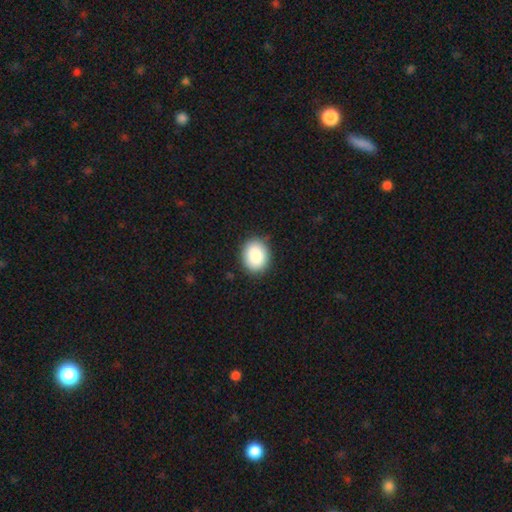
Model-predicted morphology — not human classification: Smooth or featured?
  - smooth: 88% *
  - star or artifact: 7%
  - featured or disk: 5%
How rounded?
  - round: 52% *
  - in between: 48%
  - cigar-shaped: 1%
Merging?
  - none: 86% *
  - minor disturbance: 11%
  - major disturbance: 2%
  - merger: 1%